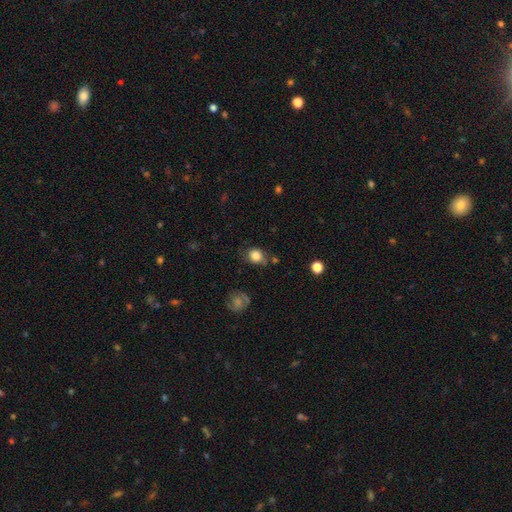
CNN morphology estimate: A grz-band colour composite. It shows a smooth galaxy with no disk features (82%) that is round (67%). Merging: none (66%).